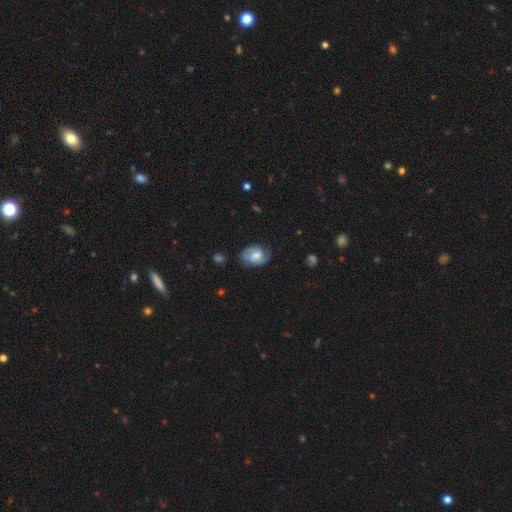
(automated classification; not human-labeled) A featured or disk galaxy (49%). Merging: none (69%).